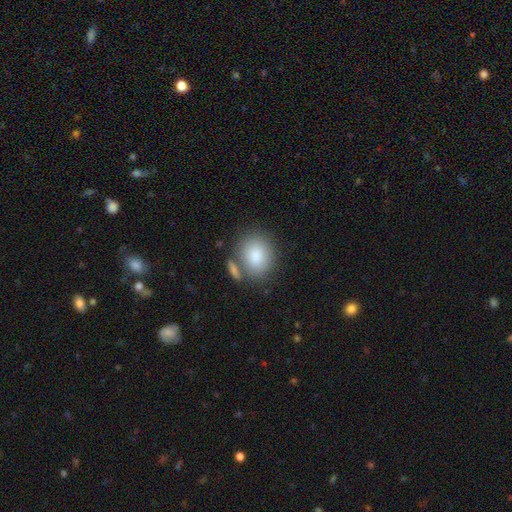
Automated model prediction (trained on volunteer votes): Overall: smooth (85%). How rounded: round (50%; in between 49%). Merging: none (66%).